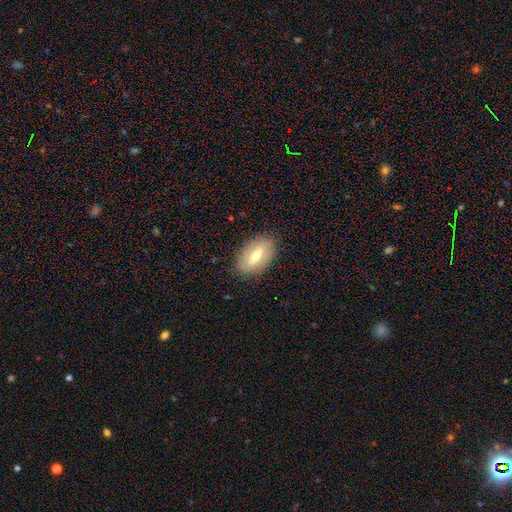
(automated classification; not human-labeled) smooth-or-featured: smooth: 54% | featured or disk: 39% | star or artifact: 7%
  how-rounded: in between: 90% | round: 6% | cigar-shaped: 4%
  merging: none: 86% | minor disturbance: 10% | major disturbance: 3% | merger: 1%